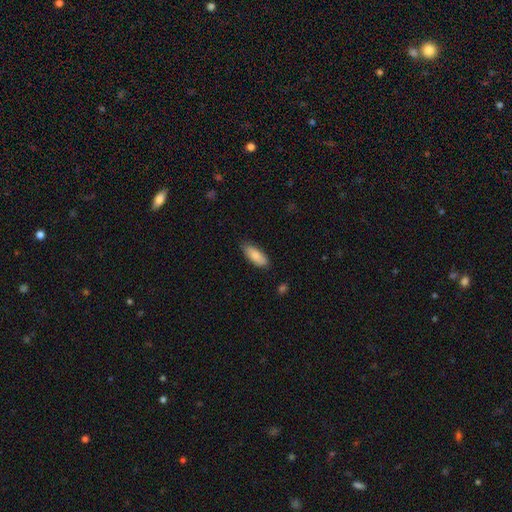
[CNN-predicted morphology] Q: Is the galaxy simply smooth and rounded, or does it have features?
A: smooth — 86%.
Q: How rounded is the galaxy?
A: in between — 78%.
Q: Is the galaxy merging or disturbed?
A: none — 82%.